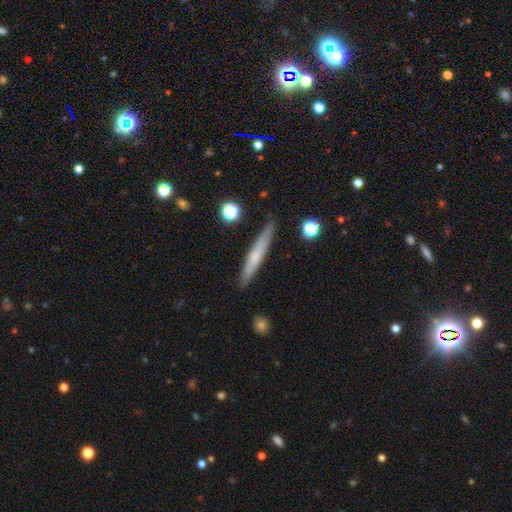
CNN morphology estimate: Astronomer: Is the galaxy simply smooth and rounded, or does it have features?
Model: smooth — 54% (runner-up: featured or disk, 39%).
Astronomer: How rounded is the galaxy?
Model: cigar-shaped — 95%.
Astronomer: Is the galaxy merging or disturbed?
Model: none — 88%.